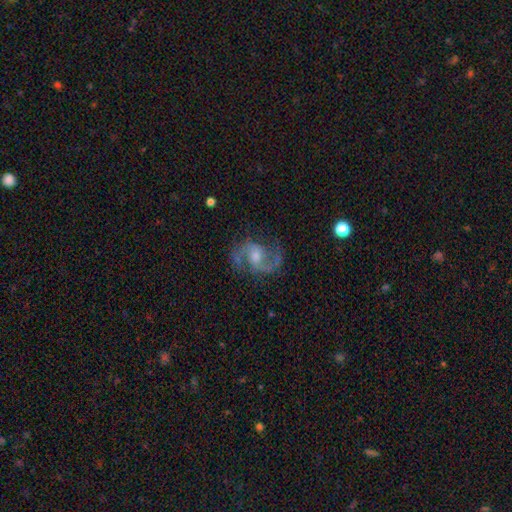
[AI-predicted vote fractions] featured or disk 87%, star or artifact 7%, smooth 6%. Down the decision tree: edge-on disk — no (98%); bar — weak (48%); spiral arms — yes (97%); spiral arm count — 2 (92%); spiral winding — medium (56%); bulge size — moderate (50%); merging — none (76%).